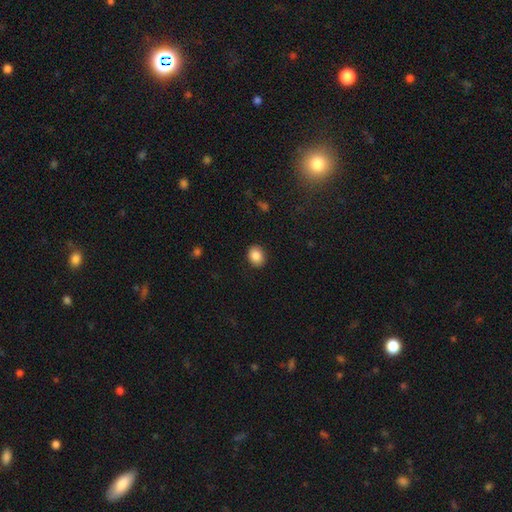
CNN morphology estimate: Smooth or featured?
  - smooth: 87% *
  - star or artifact: 8%
  - featured or disk: 5%
How rounded?
  - round: 50% *
  - in between: 49%
  - cigar-shaped: 1%
Merging?
  - none: 90% *
  - minor disturbance: 7%
  - major disturbance: 2%
  - merger: 1%